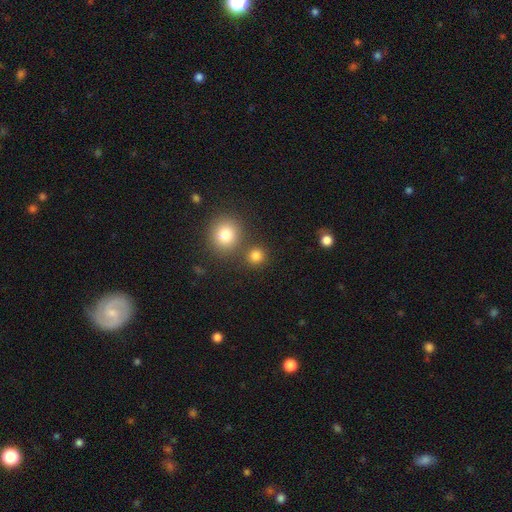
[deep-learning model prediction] A smooth galaxy with no disk features (82%) that is round (90%).

Vote fractions:
- Smooth or featured? smooth: 82% / star or artifact: 13% / featured or disk: 5%
- How rounded? round: 90% / in between: 9% / cigar-shaped: 1%
- Merging? none: 78% / merger: 13% / minor disturbance: 7% / major disturbance: 3%